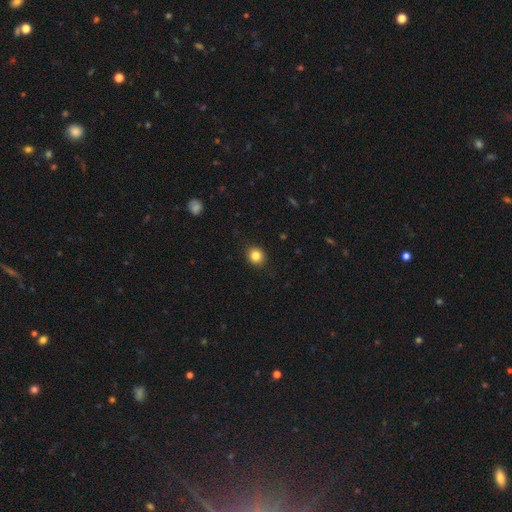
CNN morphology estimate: This appears to be a smooth galaxy with no disk features (83%) that is round (80%). Merging: none (89%).